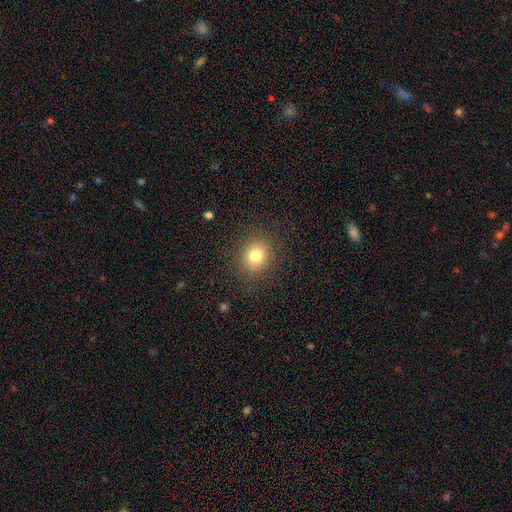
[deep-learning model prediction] Smooth or featured: smooth — 78% (star or artifact — 13%)
How rounded: round — 80% (in between — 19%)
Merging: none — 86% (minor disturbance — 8%)